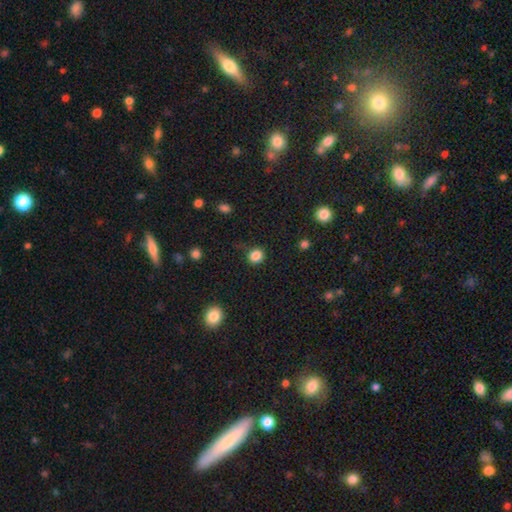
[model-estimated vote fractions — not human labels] smooth-or-featured: smooth: 85% | star or artifact: 11% | featured or disk: 4%
  how-rounded: round: 79% | in between: 20% | cigar-shaped: 1%
  merging: none: 83% | minor disturbance: 12% | major disturbance: 4% | merger: 2%